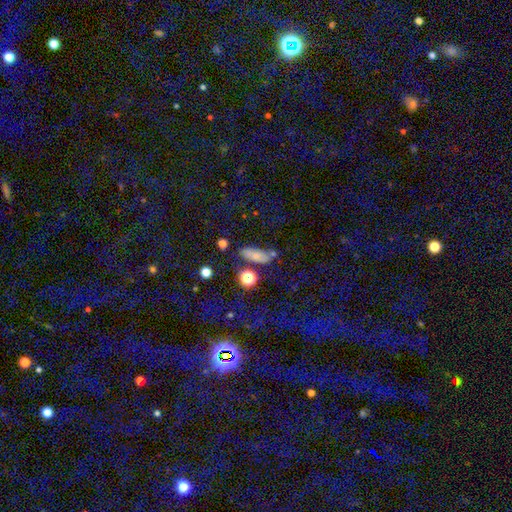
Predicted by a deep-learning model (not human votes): Smooth or featured? Predicted: smooth (p=0.67). How rounded? Predicted: in between (p=0.65). Merging? Predicted: none (p=0.65).